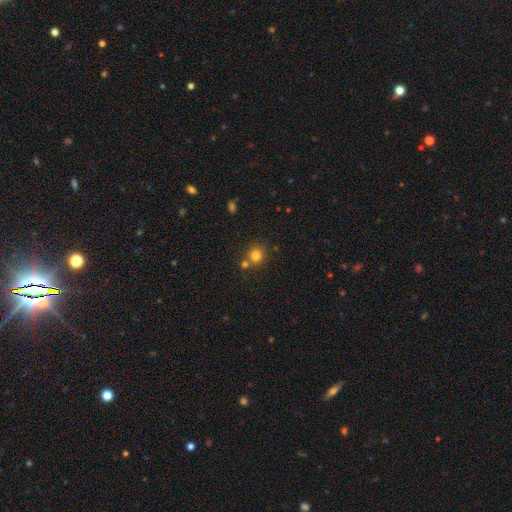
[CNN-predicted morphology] Smooth or featured? smooth (79%)
How rounded? round (87%)
Merging? none (66%)